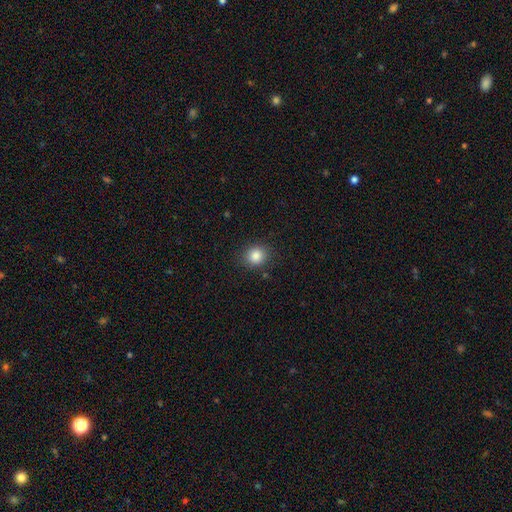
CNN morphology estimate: Smooth or featured: smooth — 84% (star or artifact — 11%)
How rounded: round — 77% (in between — 23%)
Merging: none — 87% (minor disturbance — 9%)